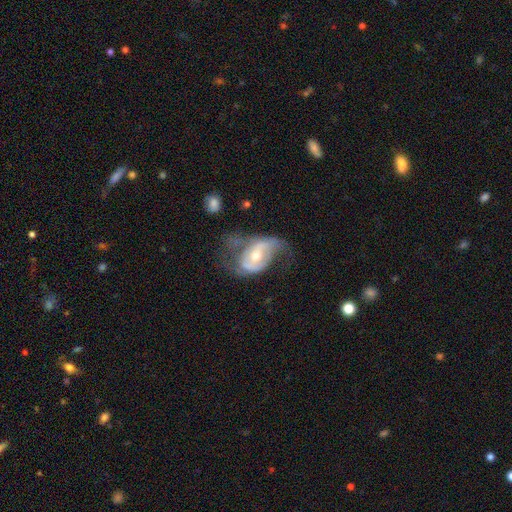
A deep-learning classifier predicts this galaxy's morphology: Q: Smooth or featured?
A: featured or disk (75%); runner-up: smooth (18%)
Q: Edge-on disk?
A: no (96%); runner-up: yes (4%)
Q: Bar?
A: no (42%); runner-up: weak (37%)
Q: Spiral arms?
A: yes (79%); runner-up: no (21%)
Q: Spiral winding?
A: loose (48%); runner-up: medium (37%)
Q: Spiral arm count?
A: 2 (74%); runner-up: can't tell (13%)
Q: Bulge size?
A: moderate (63%); runner-up: small (31%)
Q: Merging?
A: none (35%); tied with: major disturbance (35%)